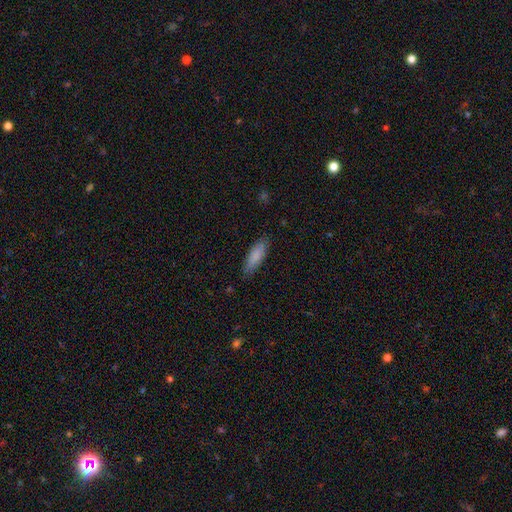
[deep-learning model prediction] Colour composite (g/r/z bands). It shows a smooth galaxy with no disk features (84%) that is in between round and cigar-shaped (58%). Merging: none (83%).